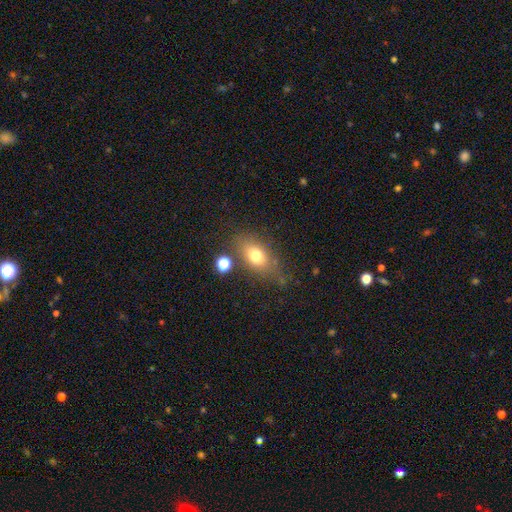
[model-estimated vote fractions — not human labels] Smooth or featured?
  - smooth: 73% *
  - featured or disk: 16%
  - star or artifact: 11%
How rounded?
  - in between: 79% *
  - round: 16%
  - cigar-shaped: 5%
Merging?
  - none: 68% *
  - minor disturbance: 18%
  - merger: 7%
  - major disturbance: 7%